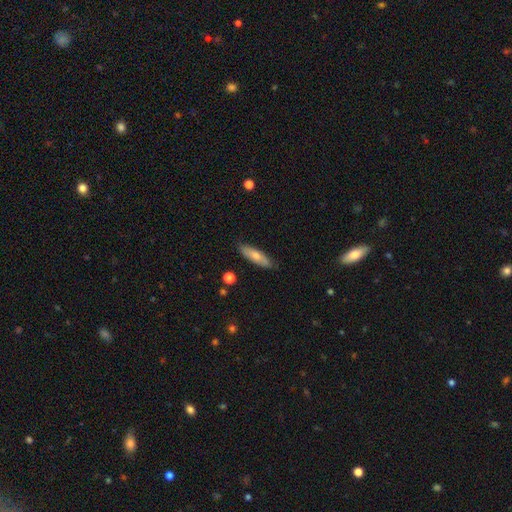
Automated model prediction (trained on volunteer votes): Smooth or featured? Predicted: smooth (p=0.69). How rounded? Predicted: cigar-shaped (p=0.61). Merging? Predicted: none (p=0.85).